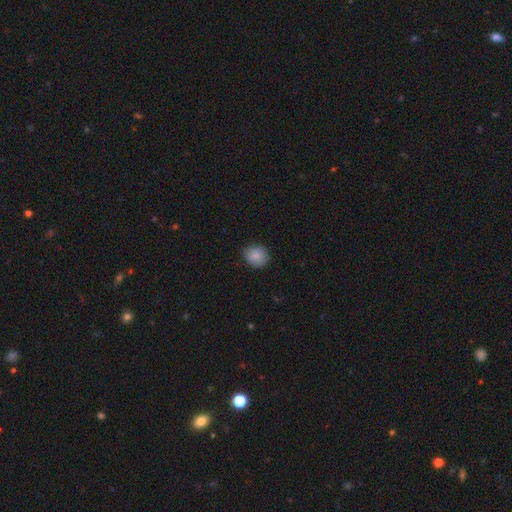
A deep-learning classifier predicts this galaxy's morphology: The model was most divided on "how rounded": round: 77%, in between: 22%, cigar-shaped: 1%. More confident: smooth or featured — smooth (86%); merging — none (84%).